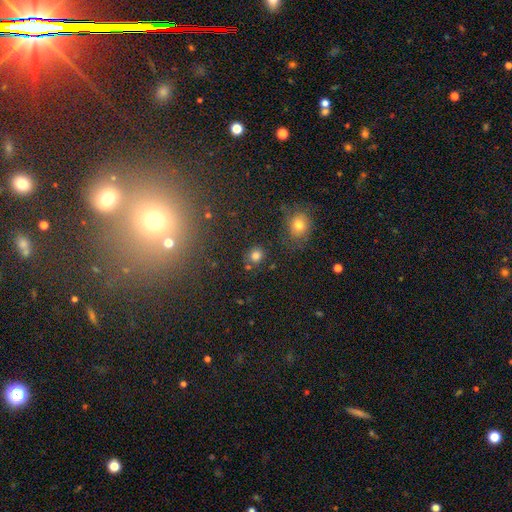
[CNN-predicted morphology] Smooth or featured? smooth (79%)
How rounded? round (81%)
Merging? none (82%)